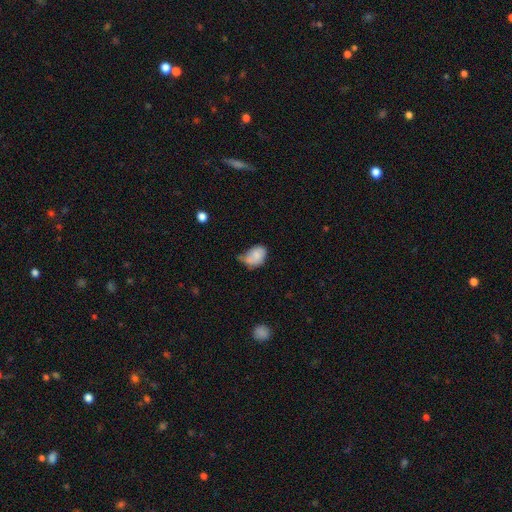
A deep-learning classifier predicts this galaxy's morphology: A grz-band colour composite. It shows a smooth galaxy with no disk features (78%) that is in between round and cigar-shaped (76%). Merging: minor disturbance (43%).